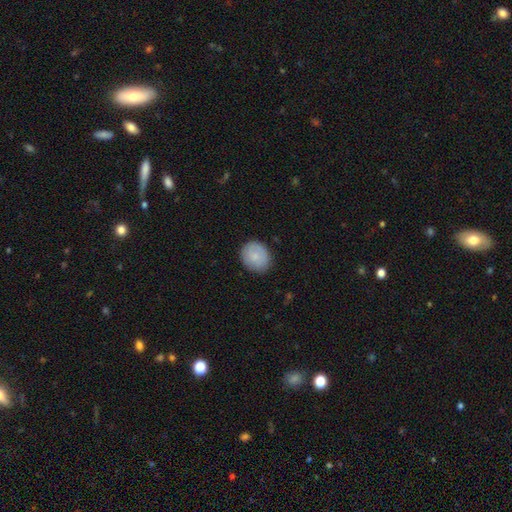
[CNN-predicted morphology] Smooth or featured?
  - smooth: 80% *
  - featured or disk: 13%
  - star or artifact: 6%
How rounded?
  - round: 70% *
  - in between: 29%
  - cigar-shaped: 1%
Merging?
  - none: 83% *
  - minor disturbance: 13%
  - major disturbance: 3%
  - merger: 1%